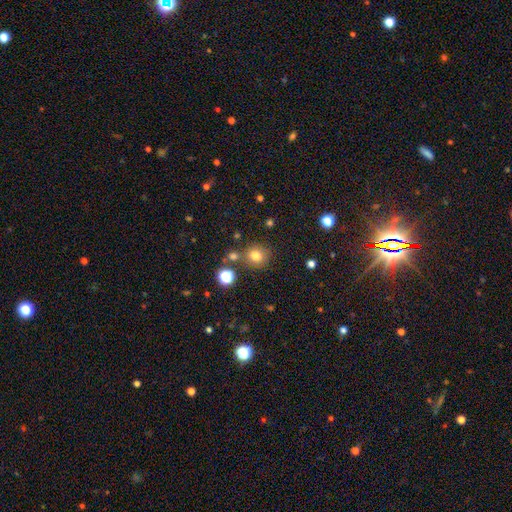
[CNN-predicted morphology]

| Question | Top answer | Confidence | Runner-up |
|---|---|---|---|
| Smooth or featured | smooth | 77% | star or artifact (16%) |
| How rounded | round | 85% | in between (14%) |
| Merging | none | 77% | minor disturbance (10%) |